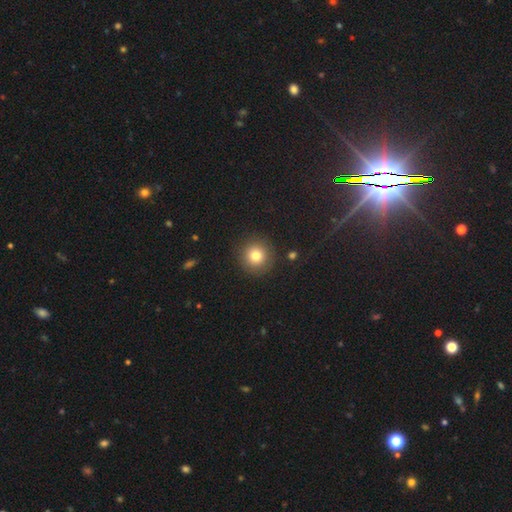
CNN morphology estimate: A smooth galaxy with no disk features (80%) that is round (95%). Merging: none (90%).